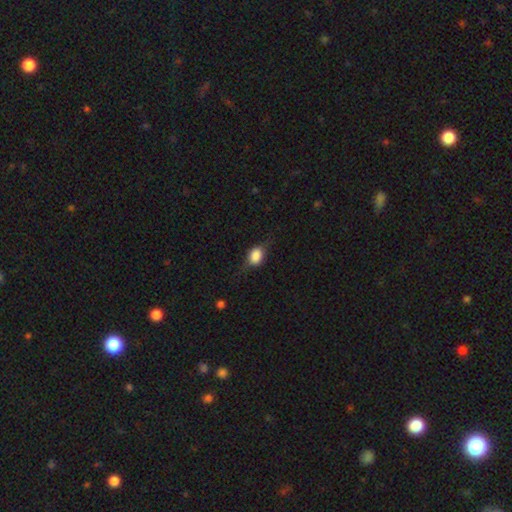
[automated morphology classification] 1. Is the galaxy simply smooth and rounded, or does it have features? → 72% smooth, 19% featured or disk, 9% star or artifact.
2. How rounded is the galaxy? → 62% in between, 35% round, 3% cigar-shaped.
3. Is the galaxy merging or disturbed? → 62% none, 26% minor disturbance, 11% major disturbance, 1% merger.